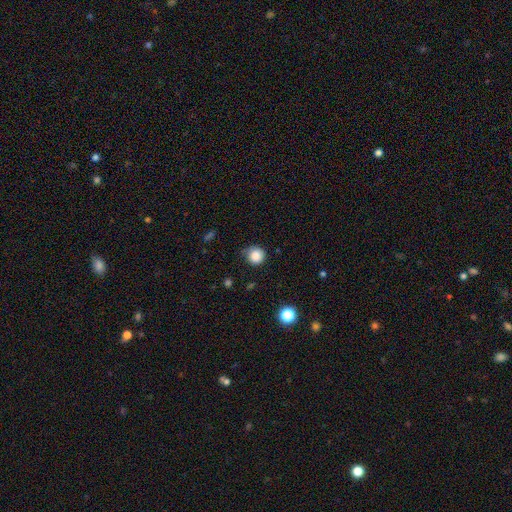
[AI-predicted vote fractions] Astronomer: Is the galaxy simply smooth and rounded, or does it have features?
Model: smooth — 85%.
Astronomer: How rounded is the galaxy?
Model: round — 92%.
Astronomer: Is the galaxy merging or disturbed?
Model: none — 72%.